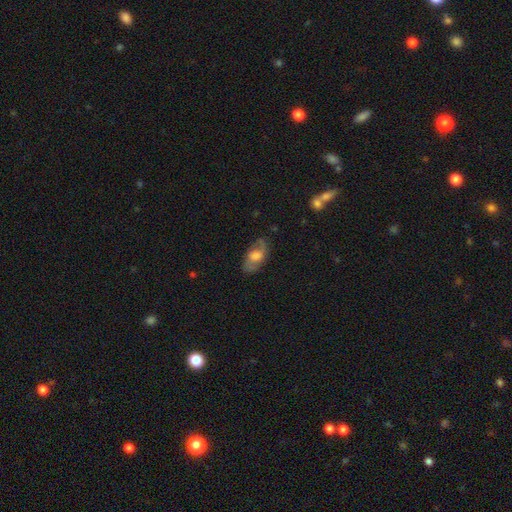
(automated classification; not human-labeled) smooth-or-featured: featured or disk: 54% | smooth: 38% | star or artifact: 8%
  disk-edge-on: no: 89% | yes: 11%
  merging: none: 73% | minor disturbance: 18% | major disturbance: 7% | merger: 1%